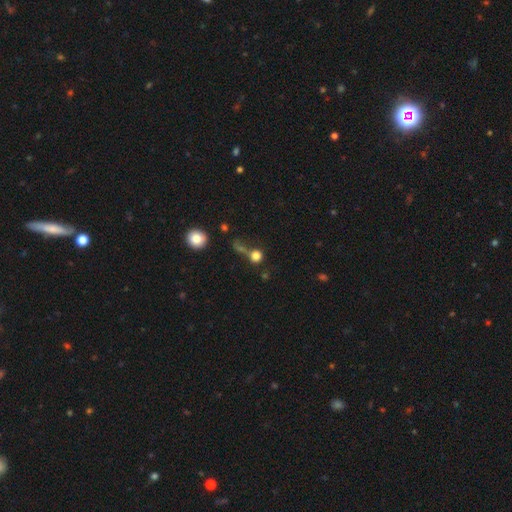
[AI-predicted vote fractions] This is likely a smooth galaxy (77%). How rounded: clearly round (89%). Merging: possibly none (51%).